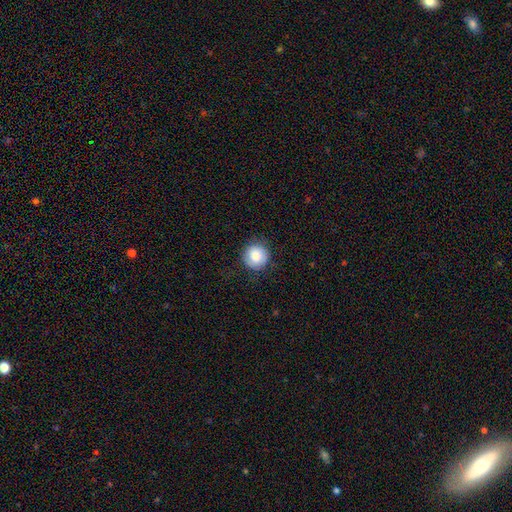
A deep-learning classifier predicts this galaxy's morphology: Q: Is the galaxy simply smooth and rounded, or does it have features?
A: smooth — 82%.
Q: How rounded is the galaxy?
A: round — 94%.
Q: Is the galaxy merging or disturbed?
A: none — 84%.